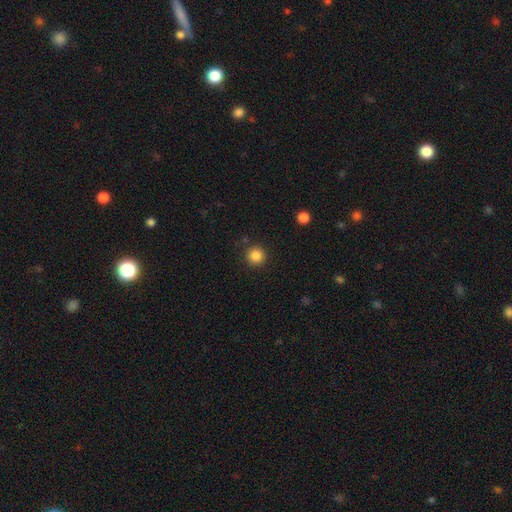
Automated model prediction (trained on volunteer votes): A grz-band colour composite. It shows a smooth galaxy with no disk features (85%) that is round (95%). Merging: none (89%).